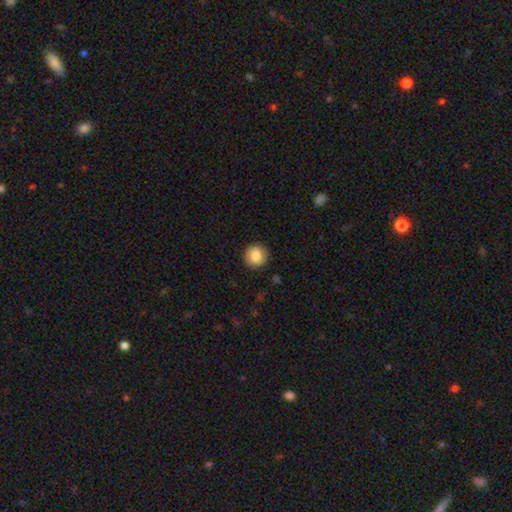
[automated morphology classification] A smooth galaxy with no disk features (85%) that is round (91%). Merging: none (89%).